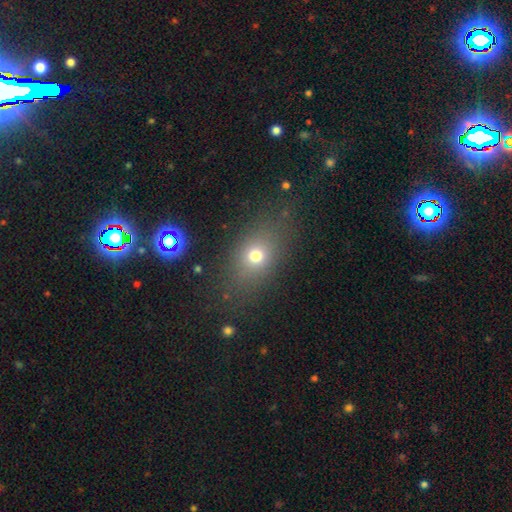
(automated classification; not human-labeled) smooth_or_featured: smooth (p=0.69) [alt: star or artifact p=0.18]
how_rounded: in between (p=0.58) [alt: round p=0.38]
merging: none (p=0.77) [alt: minor disturbance p=0.13]